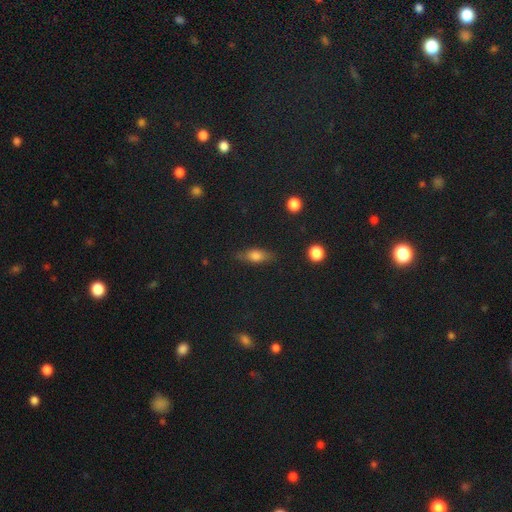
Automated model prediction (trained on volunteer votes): Morphology: type=smooth (66%); roundness=in between (66%); merging=none (77%).